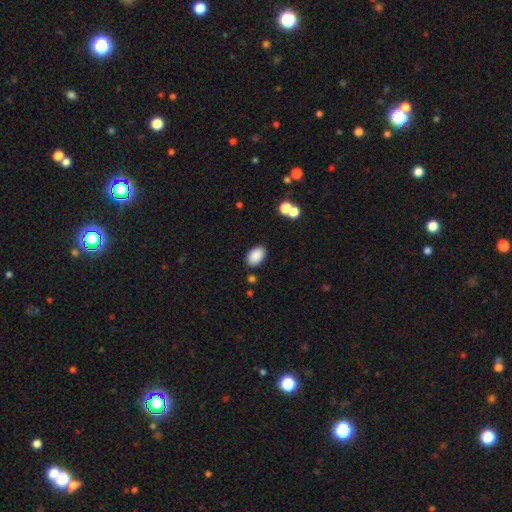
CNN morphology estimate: Smooth or featured? Predicted: smooth (p=0.88). How rounded? Predicted: in between (p=0.89). Merging? Predicted: none (p=0.85).